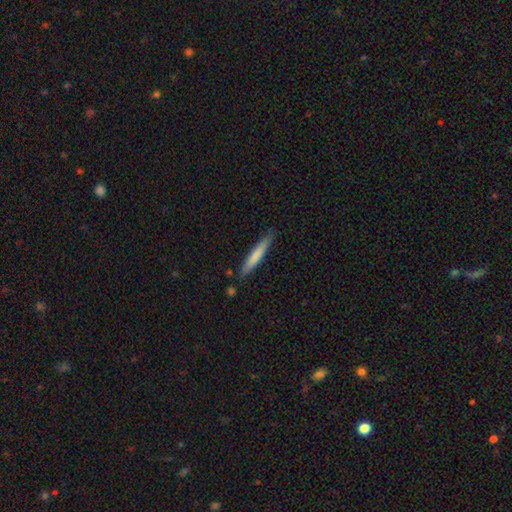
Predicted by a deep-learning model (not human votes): The model was most divided on "smooth or featured": smooth: 70%, featured or disk: 25%, star or artifact: 5%. More confident: how rounded — cigar-shaped (95%); merging — none (86%).